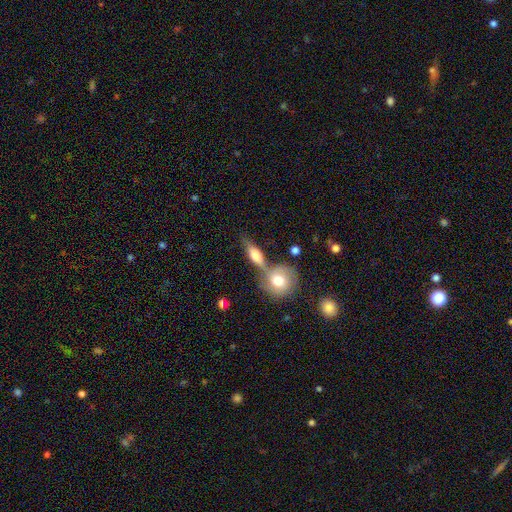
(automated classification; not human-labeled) smooth-or-featured: smooth: 62% | featured or disk: 30% | star or artifact: 7%
  how-rounded: in between: 59% | cigar-shaped: 28% | round: 13%
  merging: none: 41% | merger: 40% | minor disturbance: 13% | major disturbance: 6%